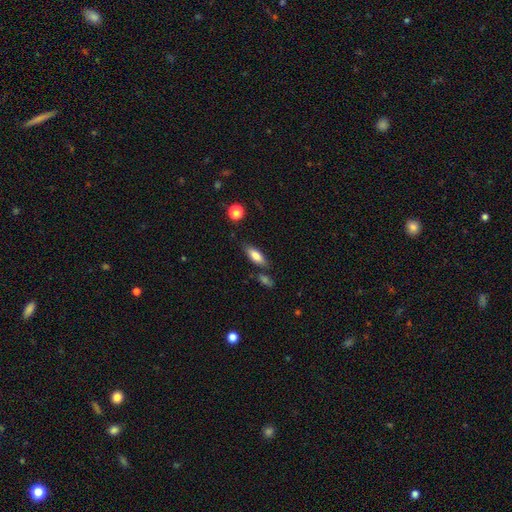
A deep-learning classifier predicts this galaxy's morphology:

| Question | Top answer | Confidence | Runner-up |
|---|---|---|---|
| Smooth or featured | smooth | 79% | featured or disk (14%) |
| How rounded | in between | 71% | cigar-shaped (27%) |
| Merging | none | 74% | minor disturbance (15%) |